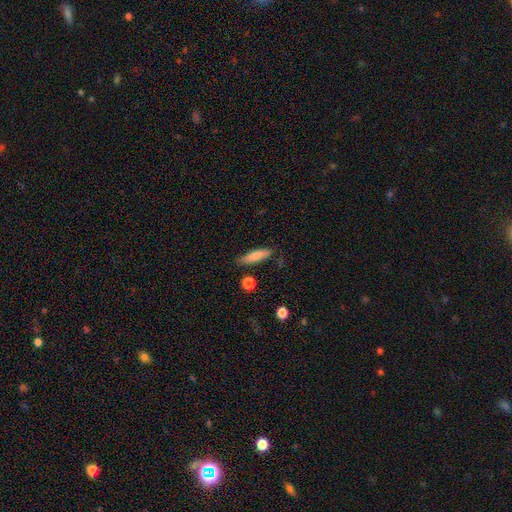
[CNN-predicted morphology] Smooth or featured: smooth — 76% (featured or disk — 17%)
How rounded: cigar-shaped — 70% (in between — 28%)
Merging: none — 80% (minor disturbance — 14%)